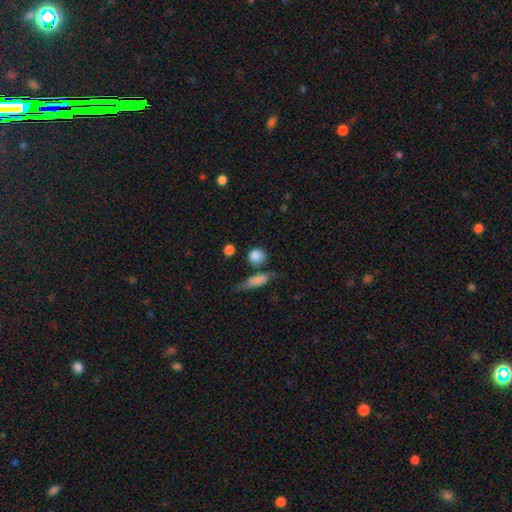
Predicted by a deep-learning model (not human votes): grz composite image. It shows a smooth galaxy with no disk features (85%) that is round (84%). Merging: none (70%).